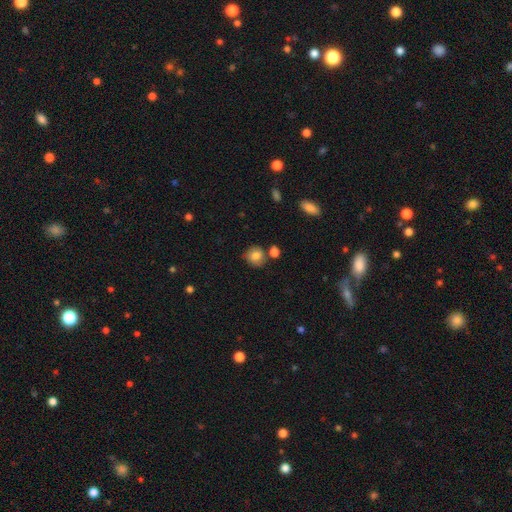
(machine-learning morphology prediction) type=smooth (80%); roundness=round (83%); merging=none (69%).